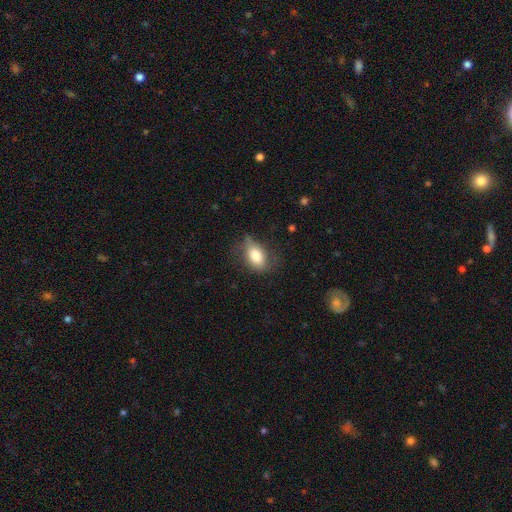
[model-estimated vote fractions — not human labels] A smooth galaxy with no disk features (77%) that is in between round and cigar-shaped (86%).

Vote fractions:
- Smooth or featured? smooth: 77% / featured or disk: 16% / star or artifact: 8%
- How rounded? in between: 86% / round: 11% / cigar-shaped: 3%
- Merging? none: 54% / minor disturbance: 31% / major disturbance: 13% / merger: 2%